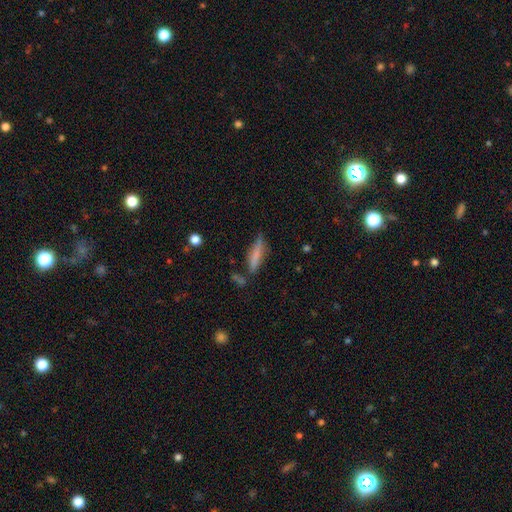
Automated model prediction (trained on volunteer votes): Smooth or featured? smooth (72%)
How rounded? cigar-shaped (77%)
Merging? none (67%)